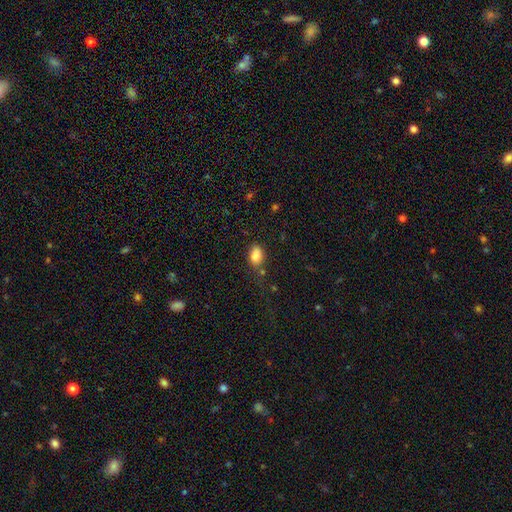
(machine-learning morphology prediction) A smooth galaxy with no disk features (85%) that is in between round and cigar-shaped (82%). Merging: none (64%).